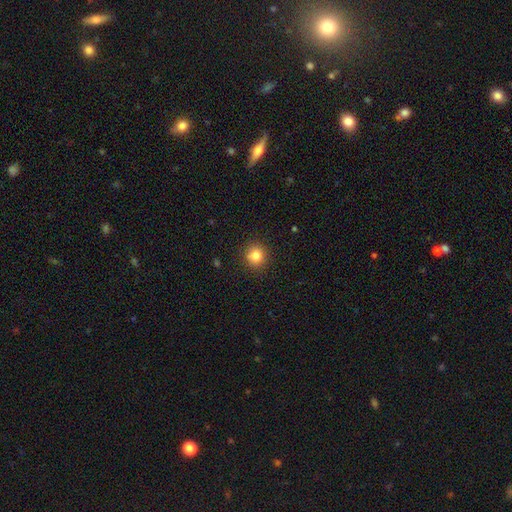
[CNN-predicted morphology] Smooth or featured?
  - smooth: 83% *
  - star or artifact: 11%
  - featured or disk: 6%
How rounded?
  - round: 90% *
  - in between: 9%
  - cigar-shaped: 1%
Merging?
  - none: 89% *
  - minor disturbance: 7%
  - major disturbance: 2%
  - merger: 1%